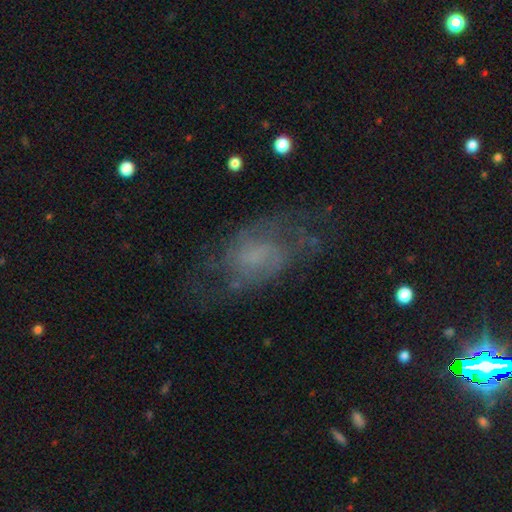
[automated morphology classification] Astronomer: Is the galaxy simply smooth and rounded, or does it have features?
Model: featured or disk — 66%.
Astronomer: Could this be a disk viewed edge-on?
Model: no — 96%.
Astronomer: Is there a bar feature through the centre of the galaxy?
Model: no — 62%.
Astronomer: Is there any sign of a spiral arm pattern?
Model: yes — 81%.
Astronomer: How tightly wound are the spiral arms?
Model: medium — 47% (runner-up: tight, 29%).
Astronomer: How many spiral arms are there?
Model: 2 — 47% (runner-up: can't tell, 34%).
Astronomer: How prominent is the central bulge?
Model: none — 49% (runner-up: small, 26%).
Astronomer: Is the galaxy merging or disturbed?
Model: none — 61%.